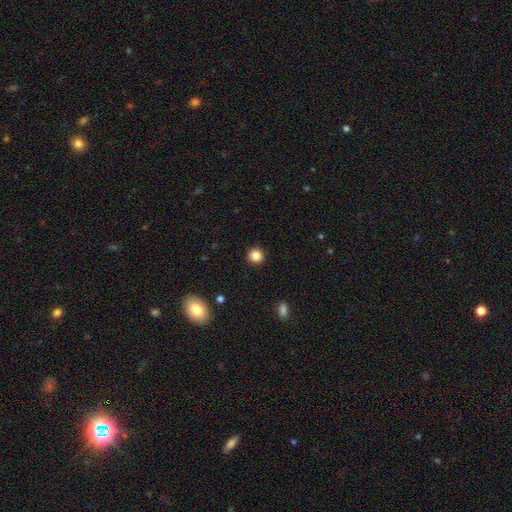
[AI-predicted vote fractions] smooth_or_featured: smooth (p=0.86) [alt: star or artifact p=0.11]
how_rounded: round (p=0.93) [alt: in between p=0.06]
merging: none (p=0.92) [alt: minor disturbance p=0.05]